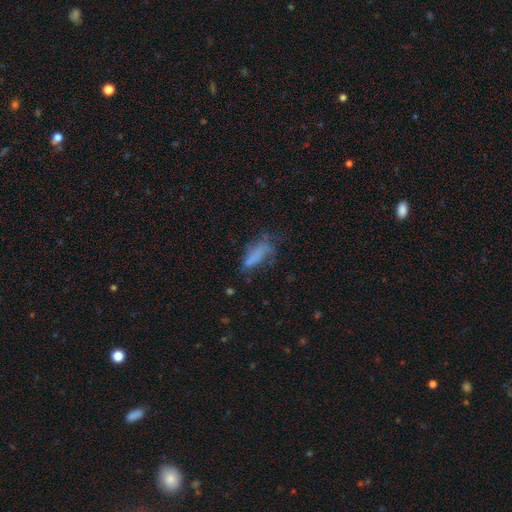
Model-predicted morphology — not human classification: smooth-or-featured: smooth: 57% | featured or disk: 29% | star or artifact: 15%
  how-rounded: in between: 65% | cigar-shaped: 32% | round: 3%
  merging: major disturbance: 35% | none: 32% | minor disturbance: 27% | merger: 5%